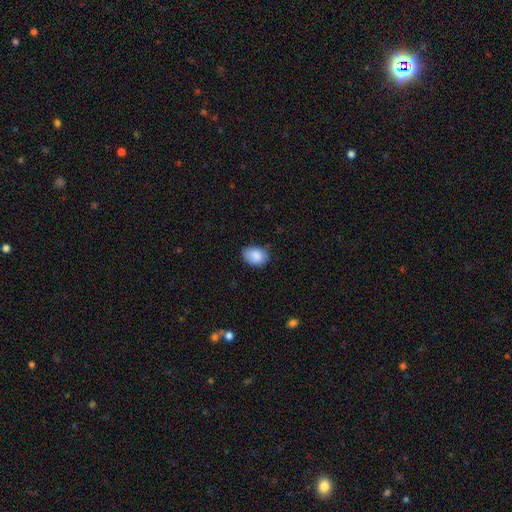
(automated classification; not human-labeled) Smooth or featured? Predicted: smooth (p=0.87). How rounded? Predicted: in between (p=0.72). Merging? Predicted: none (p=0.76).